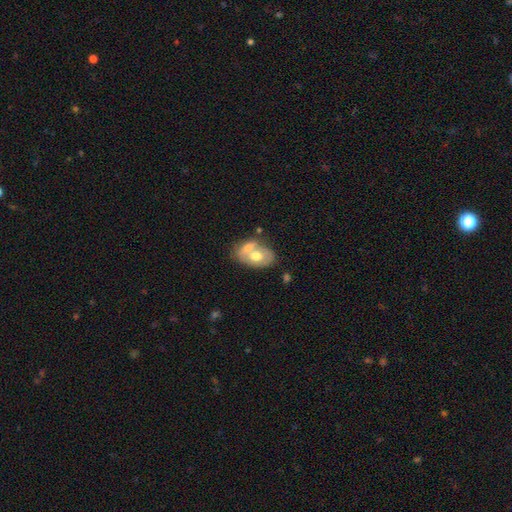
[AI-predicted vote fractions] A smooth galaxy with no disk features (55%) that is in between round and cigar-shaped (81%).

Vote fractions:
- Smooth or featured? smooth: 55% / featured or disk: 39% / star or artifact: 6%
- How rounded? in between: 81% / round: 17% / cigar-shaped: 1%
- Merging? merger: 53% / none: 29% / minor disturbance: 12% / major disturbance: 6%